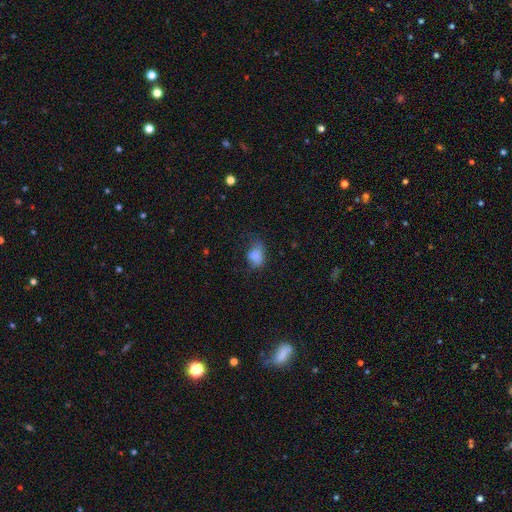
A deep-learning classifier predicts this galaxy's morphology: smooth_or_featured: smooth (p=0.78) [alt: featured or disk p=0.12]
how_rounded: in between (p=0.75) [alt: round p=0.24]
merging: none (p=0.41) [alt: minor disturbance p=0.33]